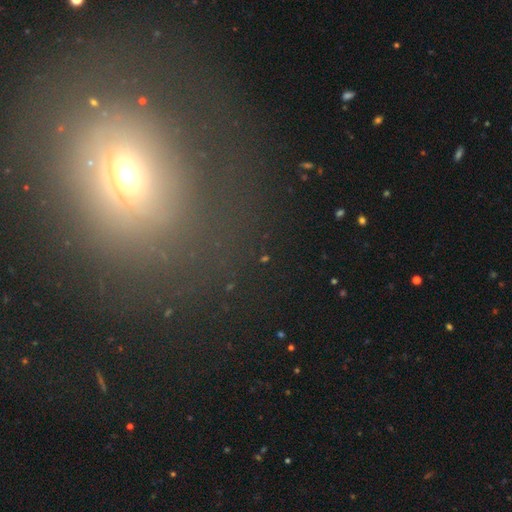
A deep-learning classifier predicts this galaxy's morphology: smooth 43%, star or artifact 39%, featured or disk 18%. Down the decision tree: merging — none (70%).